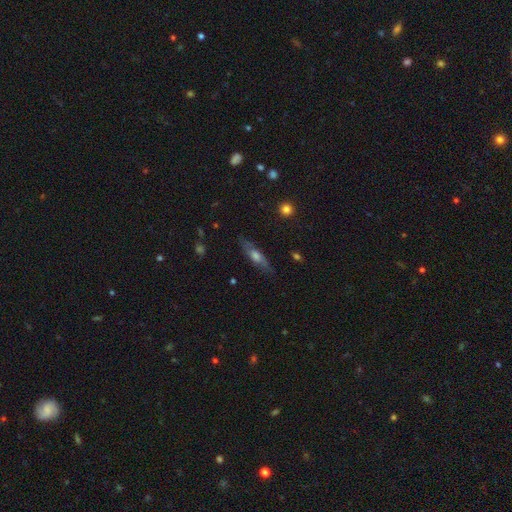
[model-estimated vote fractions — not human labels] The model was most divided on "smooth or featured": featured or disk: 51%, smooth: 41%, star or artifact: 8%. More confident: merging — none (80%); edge-on disk — yes (65%).